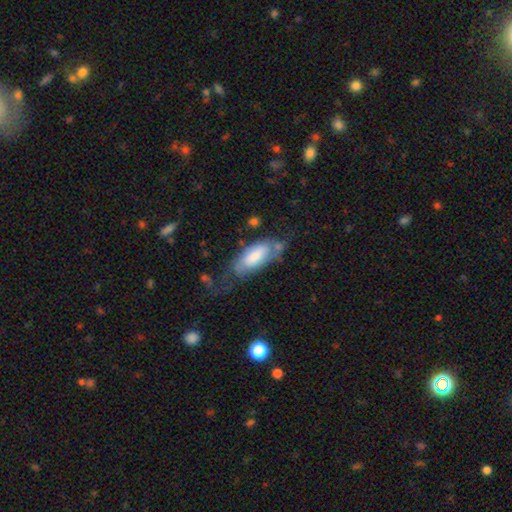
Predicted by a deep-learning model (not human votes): Smooth or featured: smooth — 58% (featured or disk — 36%)
How rounded: in between — 82% (cigar-shaped — 16%)
Merging: none — 41% (minor disturbance — 28%)